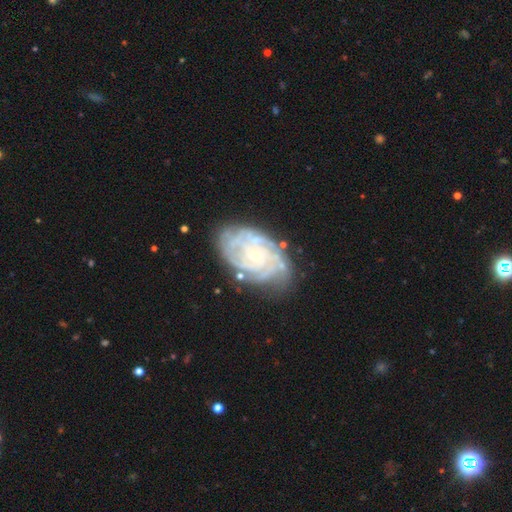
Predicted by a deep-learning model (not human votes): featured or disk 85%, smooth 9%, star or artifact 6%. Down the decision tree: edge-on disk — no (97%); bar — no (75%); spiral arms — yes (94%); spiral arm count — can't tell (37%); spiral winding — tight (74%); bulge size — small (77%); merging — none (70%).